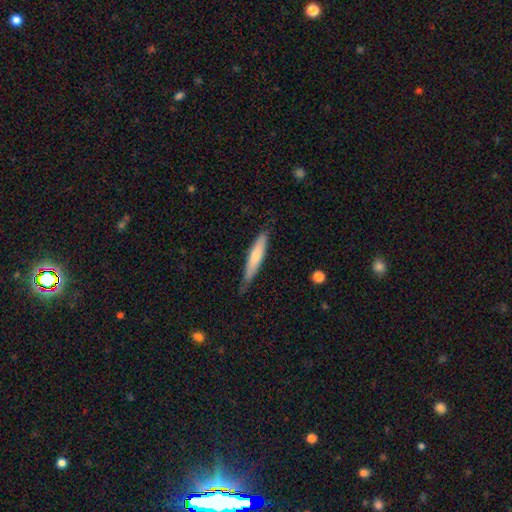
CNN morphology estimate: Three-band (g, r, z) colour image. It shows a smooth galaxy with no disk features (65%) that is cigar-shaped (87%). Merging: none (70%).